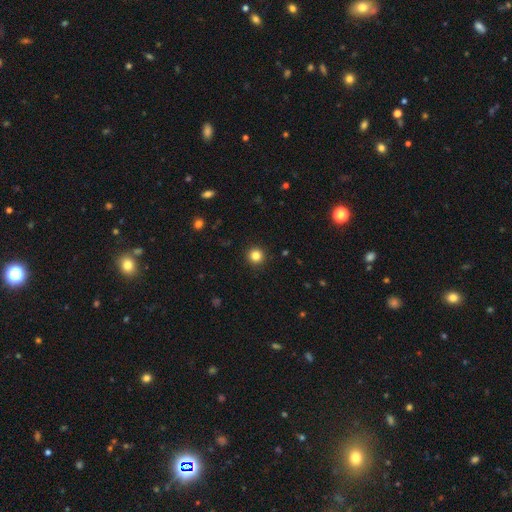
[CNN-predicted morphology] smooth_or_featured: smooth (p=0.83) [alt: star or artifact p=0.12]
how_rounded: round (p=0.95) [alt: in between p=0.04]
merging: none (p=0.93) [alt: minor disturbance p=0.04]